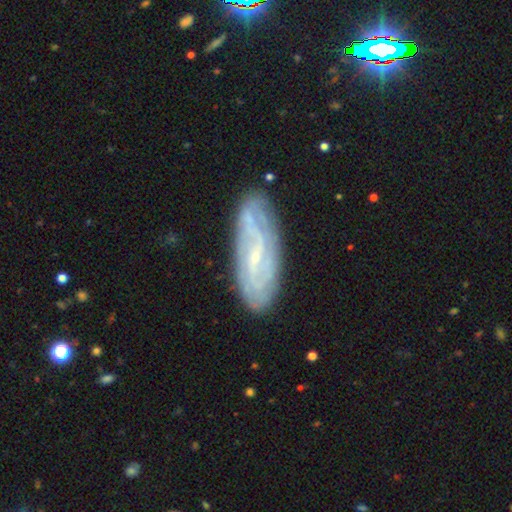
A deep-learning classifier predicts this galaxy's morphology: This is likely a featured or disk galaxy (76%). It is clearly not viewed edge-on (85%). Bar: possibly weak (45%). Spiral arm pattern: clearly yes (88%). Spiral arm count: marginally can't tell (43%). Spiral winding: possibly tight (49%). Central bulge: likely small (79%). Merging: clearly none (80%).